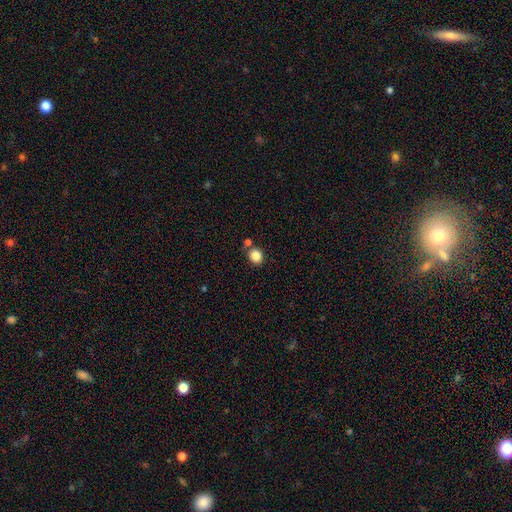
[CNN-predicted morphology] This appears to be a smooth galaxy with no disk features (85%) that is round (76%). Merging: none (74%).